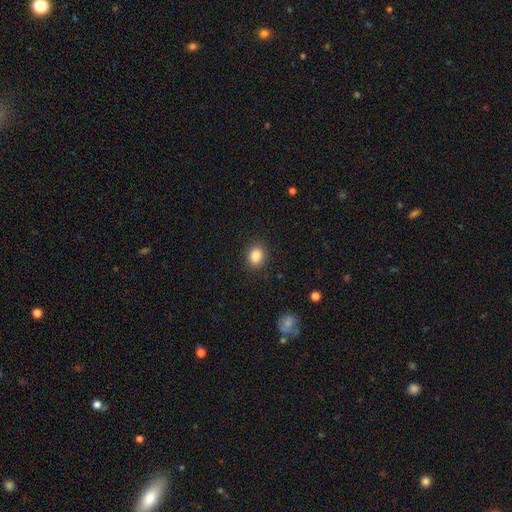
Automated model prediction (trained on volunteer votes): Smooth or featured: smooth — 87% (star or artifact — 9%)
How rounded: round — 51% (in between — 48%)
Merging: none — 88% (minor disturbance — 9%)